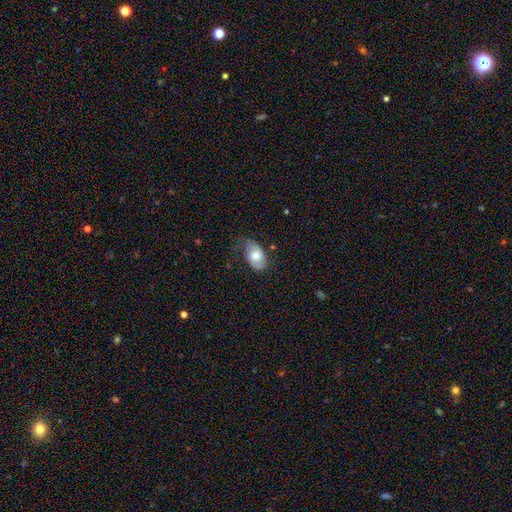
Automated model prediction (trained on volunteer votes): Q: Smooth or featured?
A: smooth (54%); runner-up: featured or disk (39%)
Q: How rounded?
A: in between (90%); runner-up: round (8%)
Q: Merging?
A: none (52%); runner-up: minor disturbance (33%)